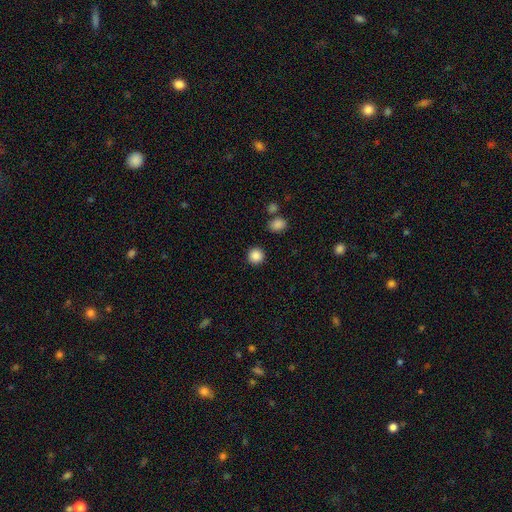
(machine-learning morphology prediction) Smooth or featured? Predicted: smooth (p=0.87). How rounded? Predicted: round (p=0.94). Merging? Predicted: none (p=0.90).